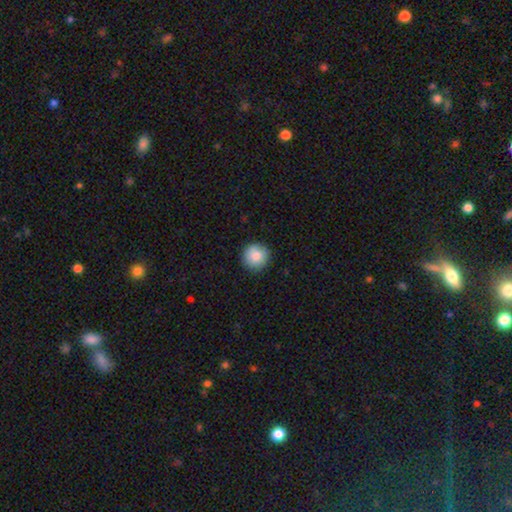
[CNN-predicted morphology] smooth 85%, star or artifact 8%, featured or disk 7%. Down the decision tree: how rounded — round (94%); merging — none (88%).